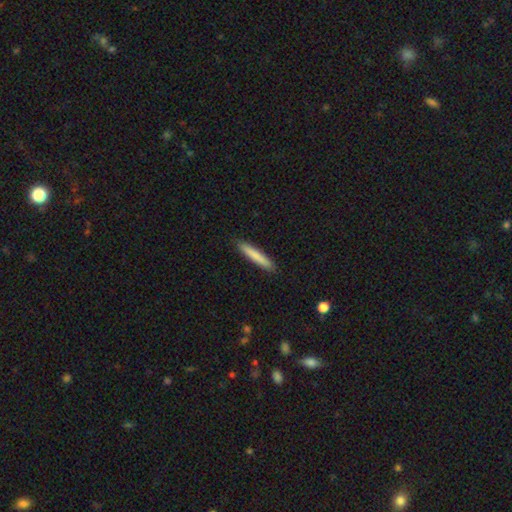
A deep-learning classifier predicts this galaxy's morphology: Smooth or featured: smooth — 79% (featured or disk — 16%)
How rounded: cigar-shaped — 94% (in between — 5%)
Merging: none — 91% (minor disturbance — 7%)